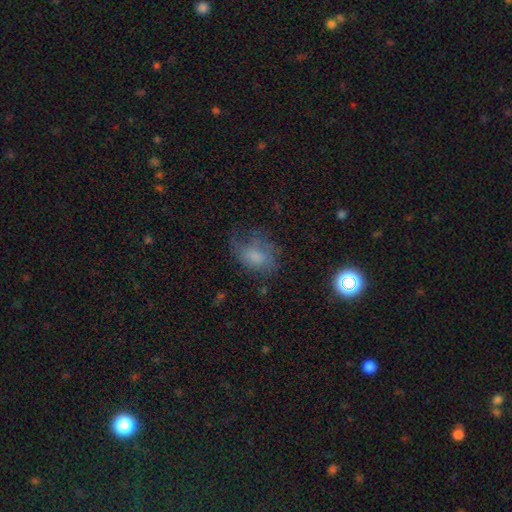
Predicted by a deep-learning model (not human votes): Morphology: type=smooth (59%); roundness=in between (69%); merging=none (43%).